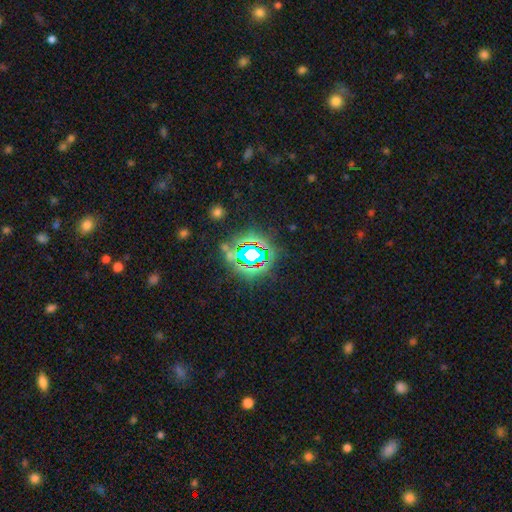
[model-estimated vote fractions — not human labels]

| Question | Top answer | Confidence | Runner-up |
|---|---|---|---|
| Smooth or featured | star or artifact | 77% | smooth (14%) |